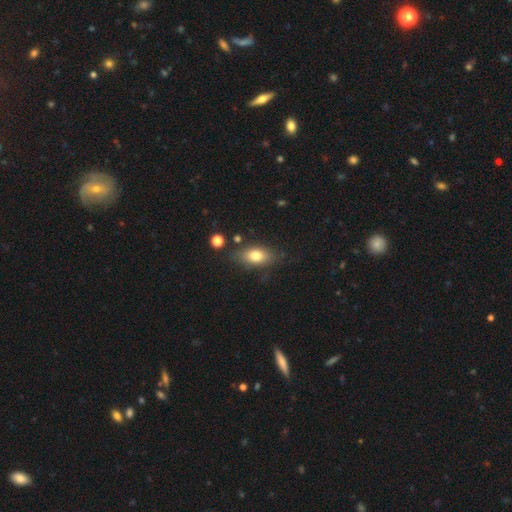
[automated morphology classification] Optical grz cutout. It shows a smooth galaxy with no disk features (77%) that is in between round and cigar-shaped (84%). Merging: none (75%).